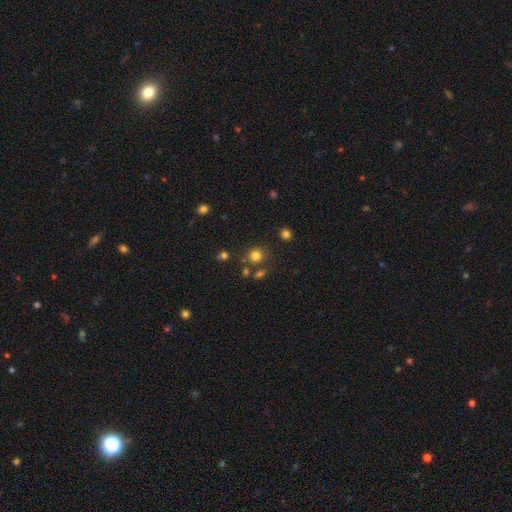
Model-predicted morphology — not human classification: type=smooth (79%); roundness=round (88%); merging=none (77%).